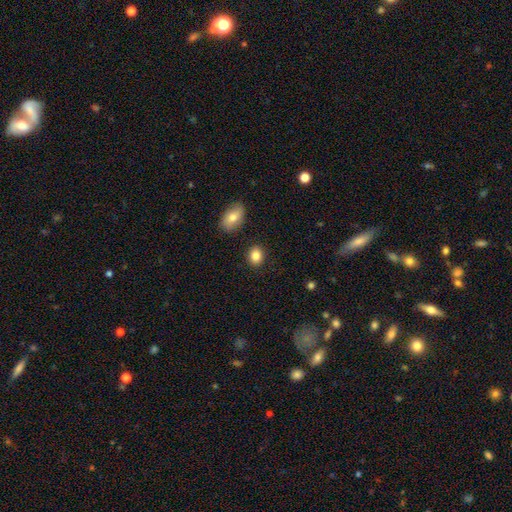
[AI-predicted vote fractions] This appears to be a smooth galaxy with no disk features (85%) that is in between round and cigar-shaped (53%). Merging: none (88%).